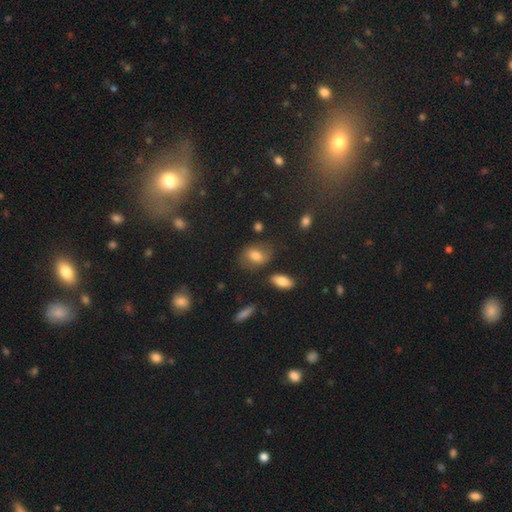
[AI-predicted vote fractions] Smooth or featured? Predicted: smooth (p=0.68). How rounded? Predicted: in between (p=0.69). Merging? Predicted: none (p=0.68).